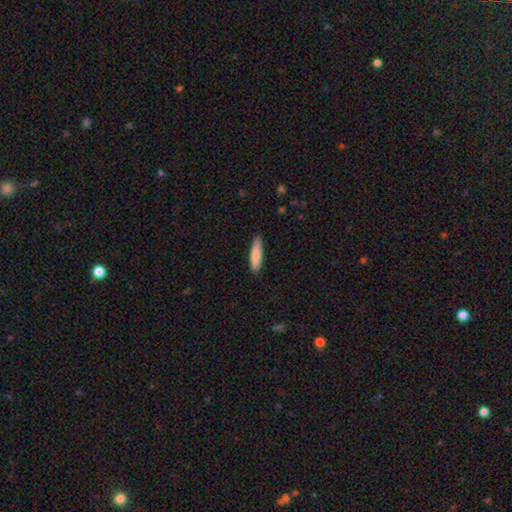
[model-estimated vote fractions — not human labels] Smooth or featured? smooth (84%)
How rounded? cigar-shaped (75%)
Merging? none (84%)